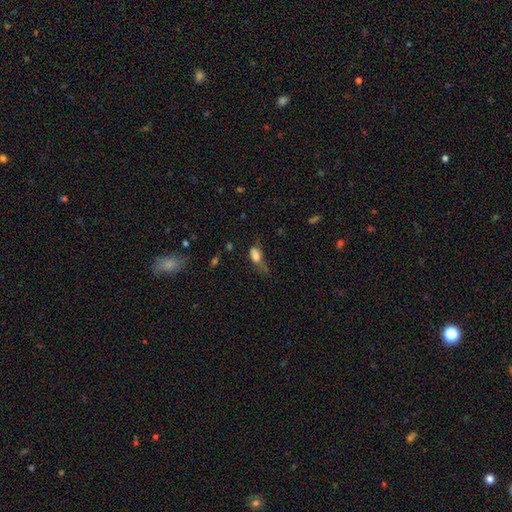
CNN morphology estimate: smooth 74%, featured or disk 15%, star or artifact 11%. Down the decision tree: how rounded — in between (82%); merging — minor disturbance (34%).